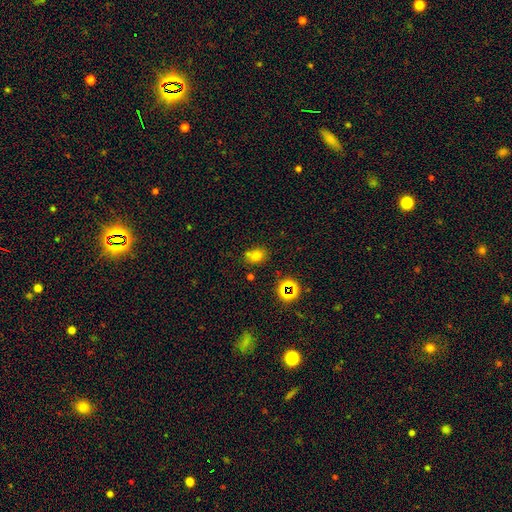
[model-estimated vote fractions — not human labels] A smooth galaxy with no disk features (69%) that is round (50%).

Vote fractions:
- Smooth or featured? smooth: 69% / star or artifact: 21% / featured or disk: 10%
- How rounded? round: 50% / in between: 49% / cigar-shaped: 1%
- Merging? none: 63% / merger: 18% / minor disturbance: 15% / major disturbance: 4%